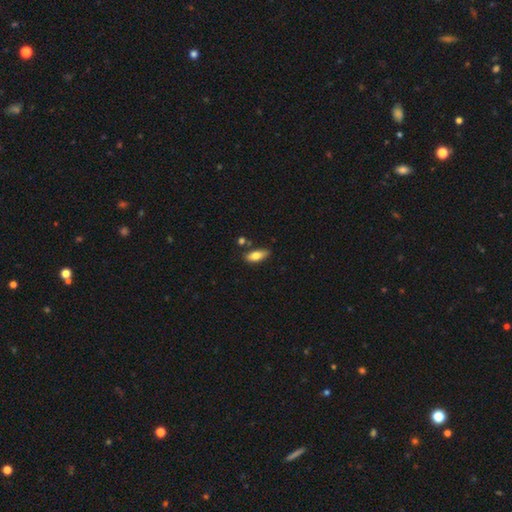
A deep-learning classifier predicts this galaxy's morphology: smooth-or-featured: smooth: 75% | featured or disk: 18% | star or artifact: 7%
  how-rounded: in between: 77% | cigar-shaped: 21% | round: 3%
  merging: none: 74% | minor disturbance: 16% | merger: 7% | major disturbance: 3%